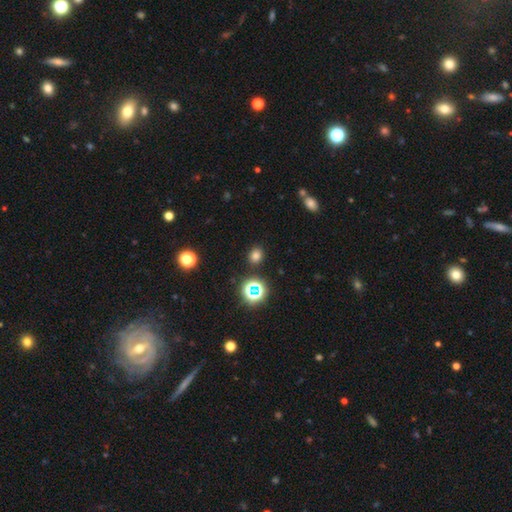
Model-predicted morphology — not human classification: smooth-or-featured: smooth: 74% | star or artifact: 21% | featured or disk: 6%
  how-rounded: round: 70% | in between: 29% | cigar-shaped: 1%
  merging: none: 88% | minor disturbance: 7% | major disturbance: 3% | merger: 2%